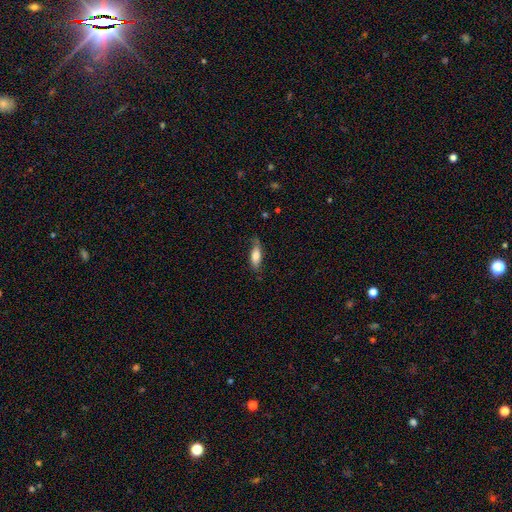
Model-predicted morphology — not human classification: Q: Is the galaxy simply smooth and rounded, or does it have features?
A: smooth — 70%.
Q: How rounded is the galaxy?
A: in between — 65%.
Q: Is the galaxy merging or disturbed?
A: none — 65%.